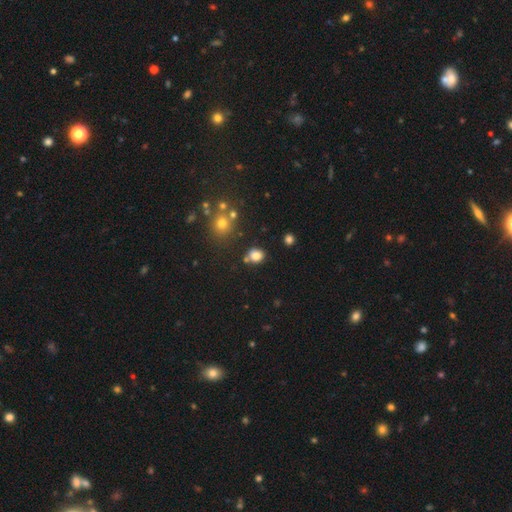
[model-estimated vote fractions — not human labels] Overall: smooth (80%). How rounded: round (63%; in between 36%). Merging: none (72%).